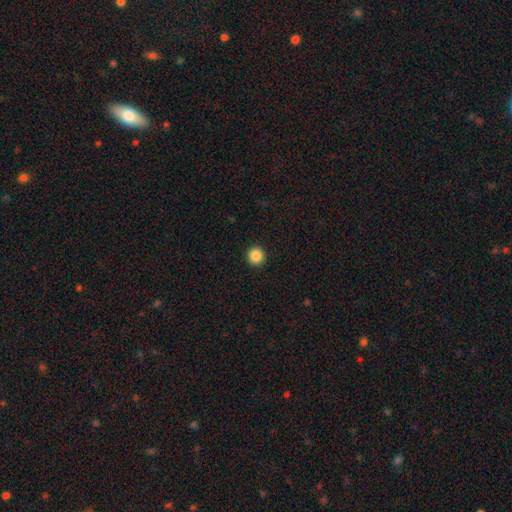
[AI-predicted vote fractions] Smooth or featured? Predicted: smooth (p=0.87). How rounded? Predicted: round (p=0.94). Merging? Predicted: none (p=0.93).